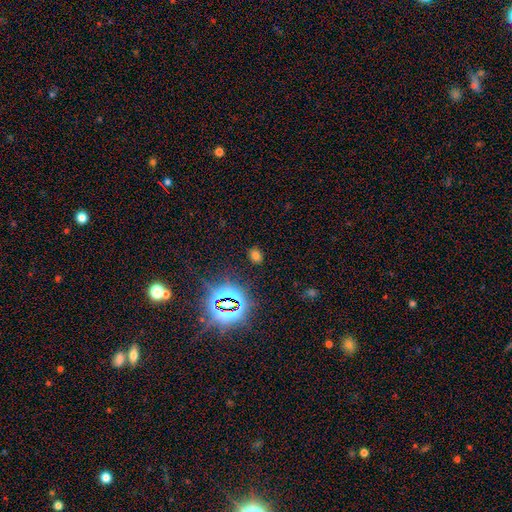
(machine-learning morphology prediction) type=smooth (60%); roundness=in between (66%); merging=none (85%).